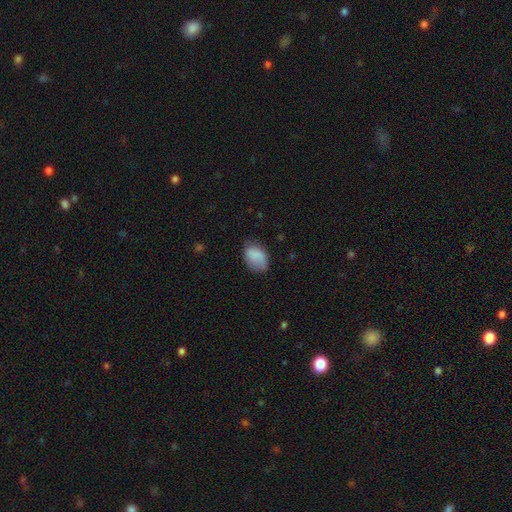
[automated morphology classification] Overall: smooth (83%). How rounded: in between (82%). Merging: none (59%; minor disturbance 30%).